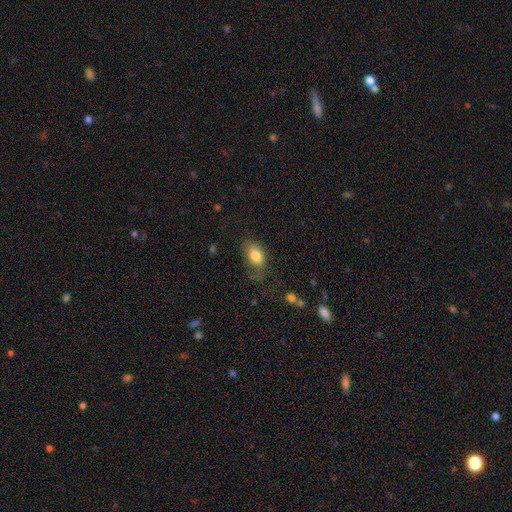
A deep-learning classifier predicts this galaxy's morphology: smooth-or-featured: smooth: 80% | featured or disk: 13% | star or artifact: 7%
  how-rounded: in between: 89% | round: 8% | cigar-shaped: 2%
  merging: none: 51% | minor disturbance: 26% | major disturbance: 20% | merger: 2%